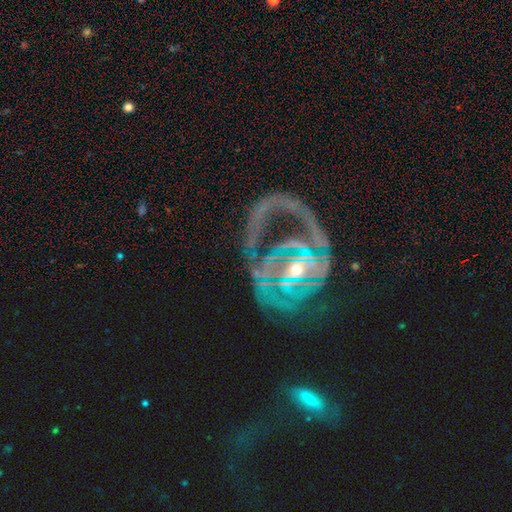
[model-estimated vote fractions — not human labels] This is clearly a featured or disk galaxy (86%). It is clearly not viewed edge-on (97%). Bar: possibly no (50%). Spiral arm pattern: likely yes (80%). Spiral arm count: marginally 2 (36%). Spiral winding: marginally medium (39%). Central bulge: possibly small (49%). Merging: possibly major disturbance (51%).